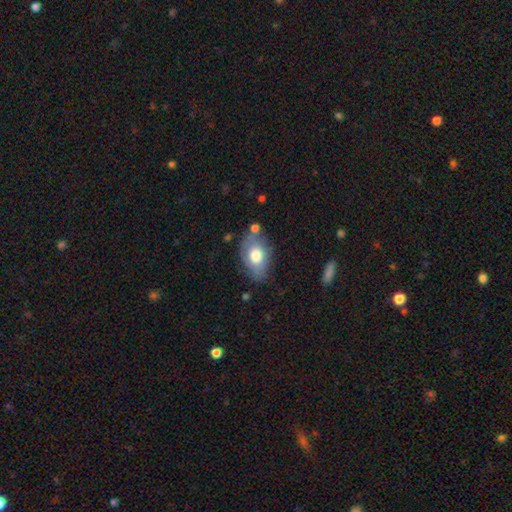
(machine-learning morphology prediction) Smooth or featured? smooth (67%)
How rounded? in between (87%)
Merging? none (60%)